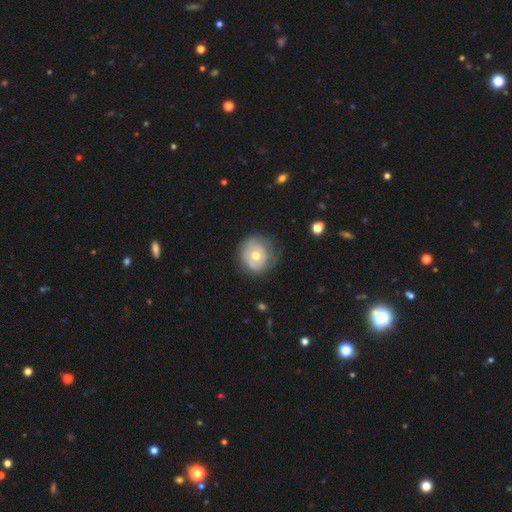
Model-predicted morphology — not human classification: This is possibly a featured or disk galaxy (49%). Merging: likely none (62%).